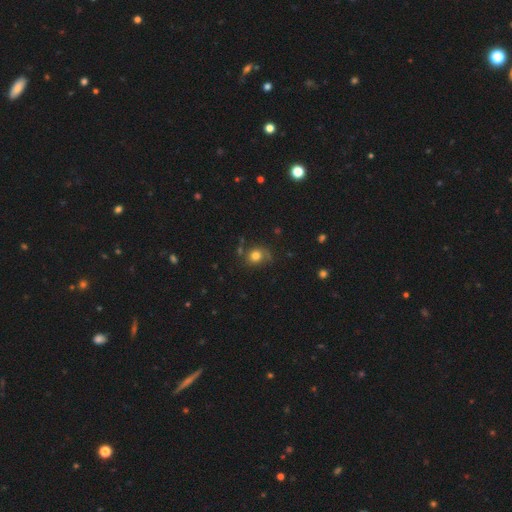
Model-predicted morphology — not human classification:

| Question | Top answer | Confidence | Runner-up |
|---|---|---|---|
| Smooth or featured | smooth | 76% | star or artifact (13%) |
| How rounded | round | 74% | in between (25%) |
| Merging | none | 63% | minor disturbance (22%) |